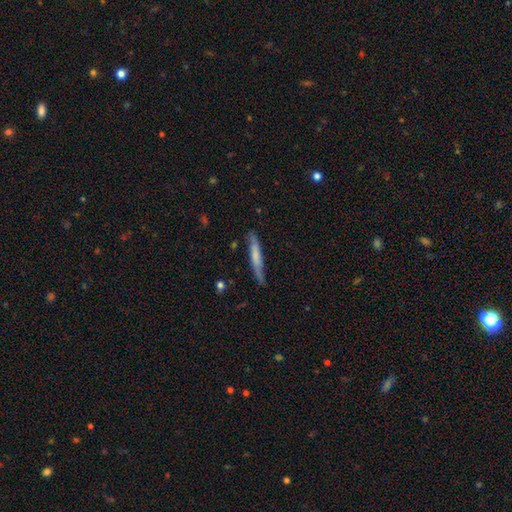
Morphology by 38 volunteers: Volunteers were most divided on "edge-on bulge" (2-way tie): boxy: 41%, none: 41%, rounded: 18%. More confident: edge-on disk — yes (89%); merging — none (63%); smooth or featured — featured or disk (50%).